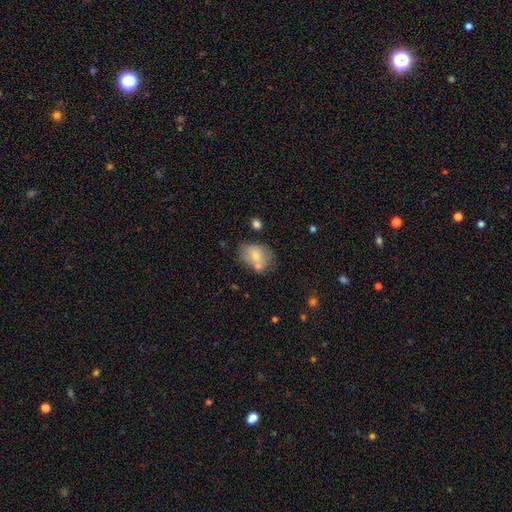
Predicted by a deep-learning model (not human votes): Overall: smooth (62%; featured or disk 26%). How rounded: in between (65%; round 34%). Merging: none (59%).